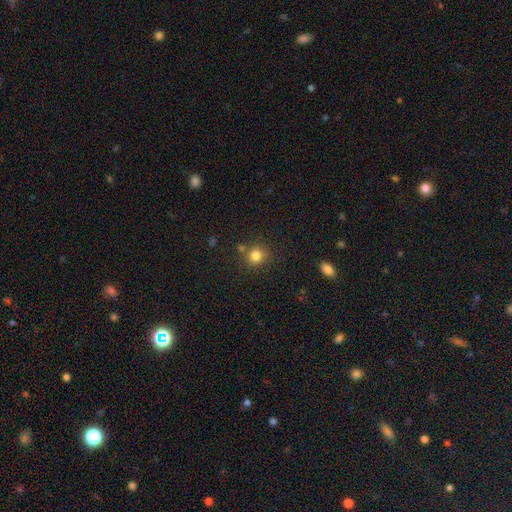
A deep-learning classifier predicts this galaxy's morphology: Q: Smooth or featured?
A: smooth (81%); runner-up: star or artifact (13%)
Q: How rounded?
A: round (88%); runner-up: in between (11%)
Q: Merging?
A: none (77%); runner-up: merger (10%)